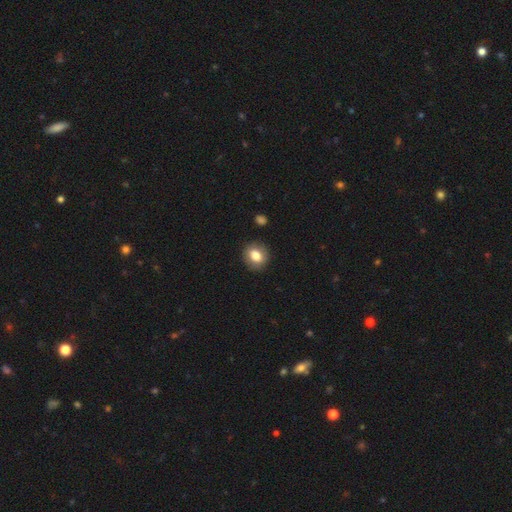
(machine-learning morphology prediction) Overall: smooth (79%). How rounded: round (66%; in between 33%). Merging: none (88%).